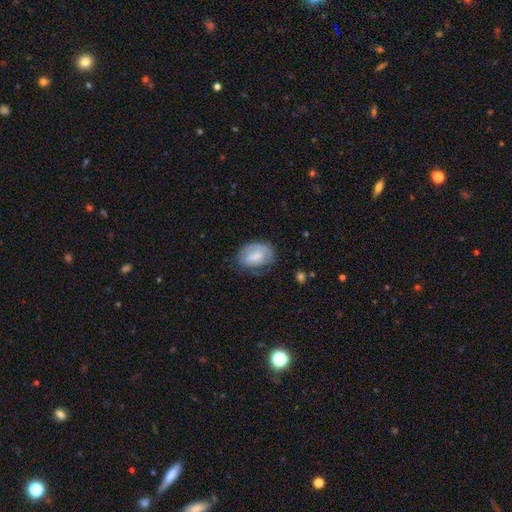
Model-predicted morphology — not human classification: smooth 64%, featured or disk 29%, star or artifact 7%. Down the decision tree: how rounded — in between (81%); merging — none (61%).